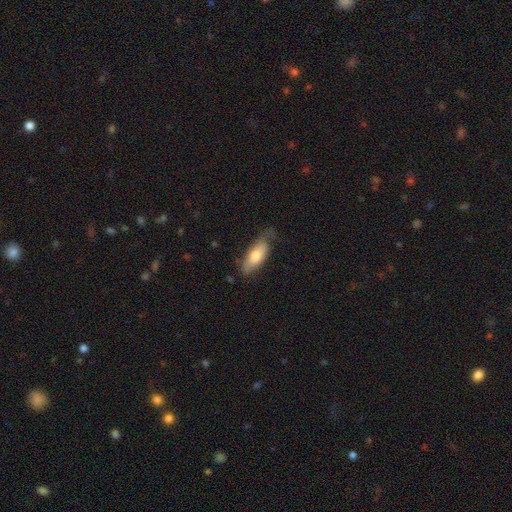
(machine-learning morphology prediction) A smooth galaxy with no disk features (70%) that is in between round and cigar-shaped (73%).

Vote fractions:
- Smooth or featured? smooth: 70% / featured or disk: 24% / star or artifact: 6%
- How rounded? in between: 73% / cigar-shaped: 25% / round: 2%
- Merging? none: 58% / minor disturbance: 31% / major disturbance: 9% / merger: 2%